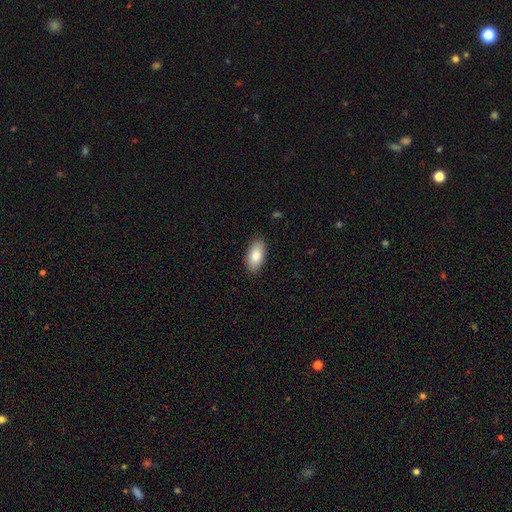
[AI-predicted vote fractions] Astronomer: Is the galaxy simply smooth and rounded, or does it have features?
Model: smooth — 83%.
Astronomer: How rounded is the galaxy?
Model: in between — 93%.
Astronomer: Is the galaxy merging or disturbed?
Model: none — 88%.